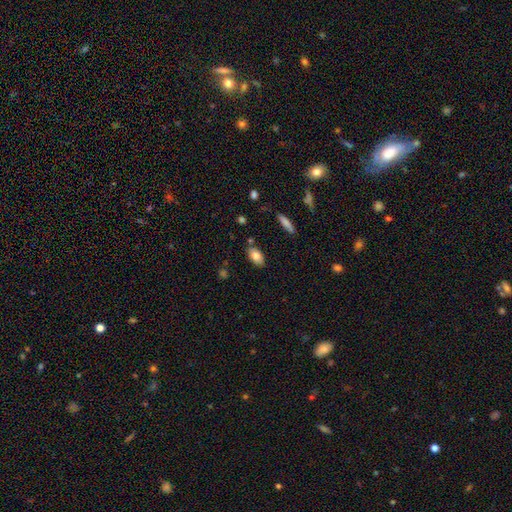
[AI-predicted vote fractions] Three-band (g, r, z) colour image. It shows a smooth galaxy with no disk features (82%) that is in between round and cigar-shaped (91%). Merging: none (79%).